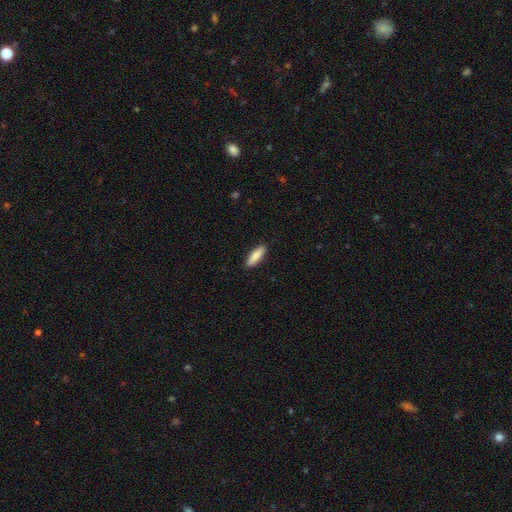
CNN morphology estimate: This appears to be a smooth galaxy with no disk features (87%) that is in between round and cigar-shaped (50%). Merging: none (90%).